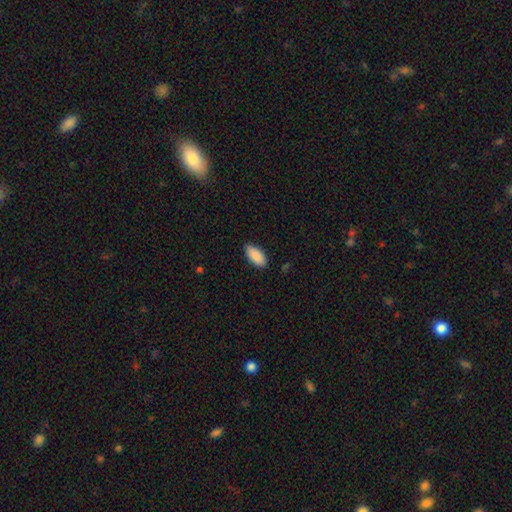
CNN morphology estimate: This is clearly a smooth galaxy (91%). How rounded: clearly in between (91%). Merging: clearly none (87%).